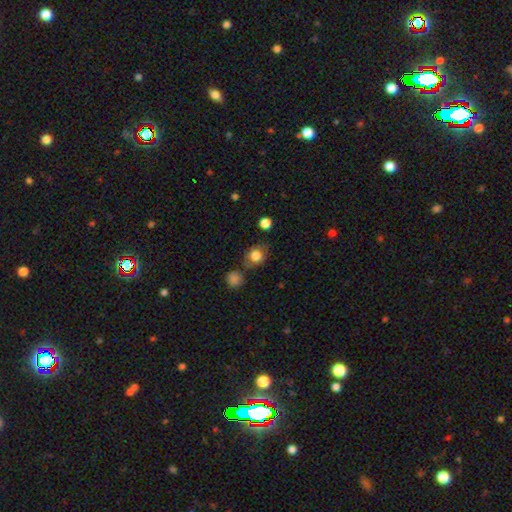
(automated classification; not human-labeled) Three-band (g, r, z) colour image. It shows a smooth galaxy with no disk features (80%) that is round (69%). Merging: none (71%).